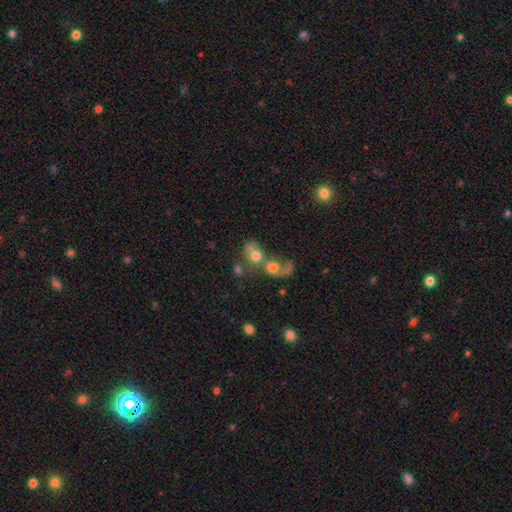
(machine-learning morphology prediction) smooth 57%, featured or disk 31%, star or artifact 12%. Down the decision tree: how rounded — in between (55%); merging — merger (70%).